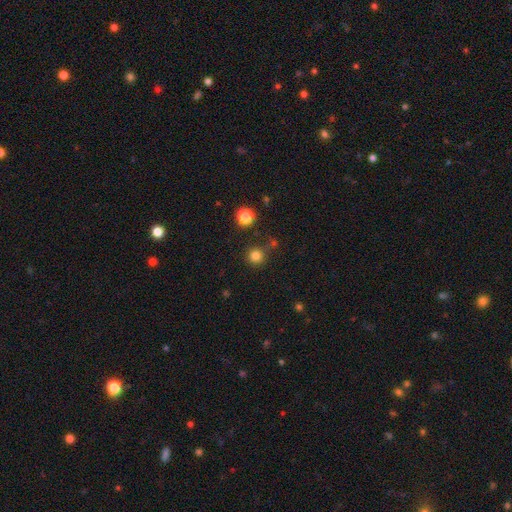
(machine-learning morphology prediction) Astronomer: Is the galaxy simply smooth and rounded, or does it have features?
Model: smooth — 81%.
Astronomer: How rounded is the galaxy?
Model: round — 95%.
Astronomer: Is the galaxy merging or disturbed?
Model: none — 81%.